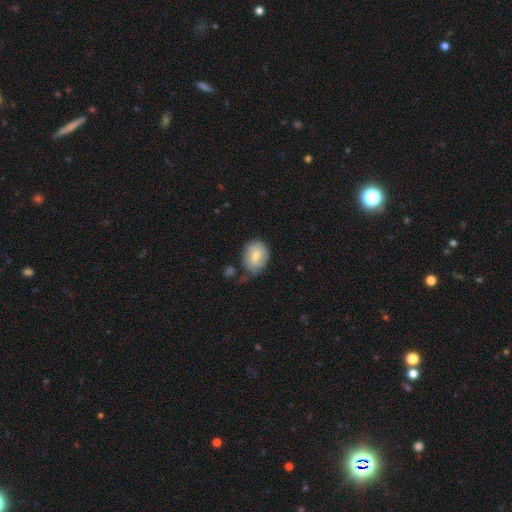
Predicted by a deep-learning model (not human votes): A smooth galaxy with no disk features (75%) that is in between round and cigar-shaped (58%).

Vote fractions:
- Smooth or featured? smooth: 75% / featured or disk: 19% / star or artifact: 7%
- How rounded? in between: 58% / round: 41% / cigar-shaped: 1%
- Merging? none: 60% / minor disturbance: 27% / major disturbance: 7% / merger: 6%